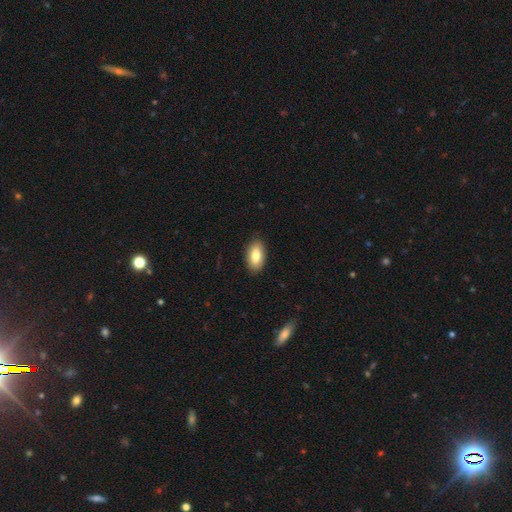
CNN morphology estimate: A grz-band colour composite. It shows a smooth galaxy with no disk features (81%) that is in between round and cigar-shaped (93%). Merging: none (87%).